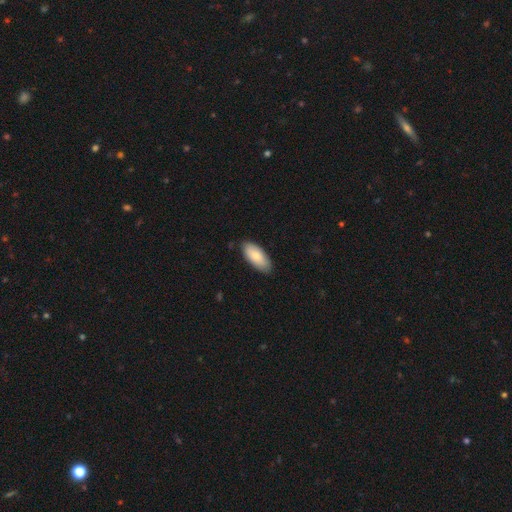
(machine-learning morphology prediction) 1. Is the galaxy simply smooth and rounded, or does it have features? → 83% smooth, 11% featured or disk, 6% star or artifact.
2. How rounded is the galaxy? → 88% in between, 10% cigar-shaped, 2% round.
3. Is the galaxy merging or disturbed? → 85% none, 12% minor disturbance, 2% major disturbance, 1% merger.